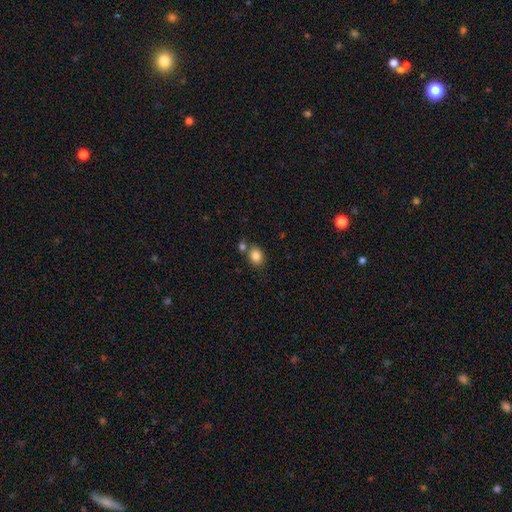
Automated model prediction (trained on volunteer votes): Morphology: type=smooth (85%); roundness=in between (55%); merging=none (64%).